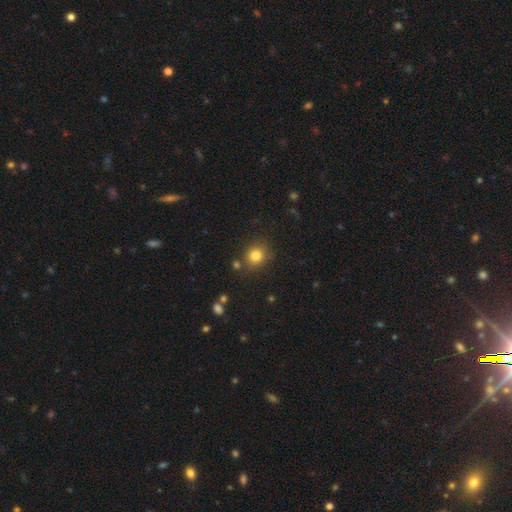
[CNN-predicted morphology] smooth-or-featured: smooth: 81% | star or artifact: 12% | featured or disk: 6%
  how-rounded: round: 83% | in between: 16% | cigar-shaped: 1%
  merging: none: 81% | minor disturbance: 10% | merger: 6% | major disturbance: 3%